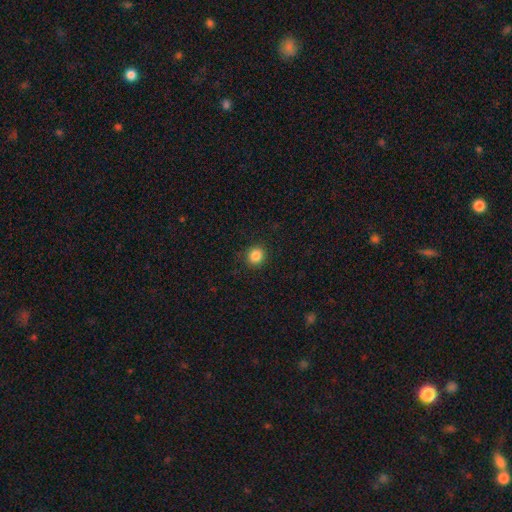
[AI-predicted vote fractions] smooth 86%, star or artifact 11%, featured or disk 4%. Down the decision tree: how rounded — round (86%); merging — none (89%).